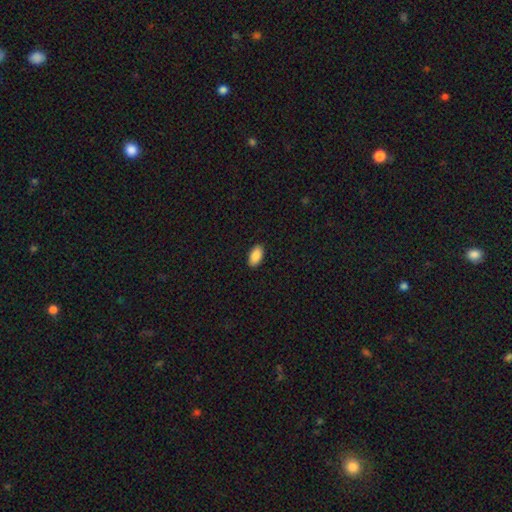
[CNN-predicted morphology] Smooth or featured?
  - smooth: 90% *
  - star or artifact: 7%
  - featured or disk: 4%
How rounded?
  - in between: 95% *
  - cigar-shaped: 3%
  - round: 3%
Merging?
  - none: 90% *
  - minor disturbance: 7%
  - major disturbance: 2%
  - merger: 1%